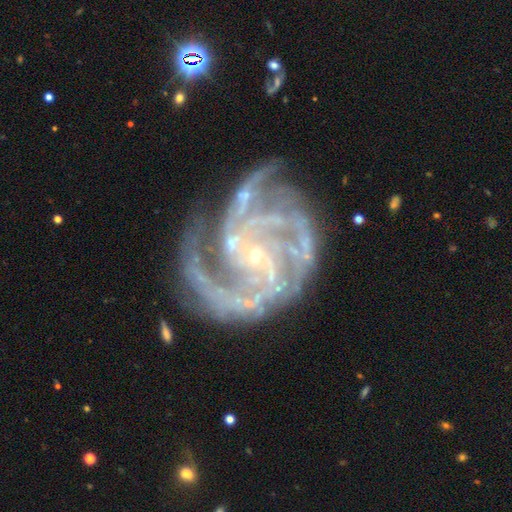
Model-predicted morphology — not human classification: The model was most divided on "spiral arm count": 3: 28%, 2: 27%, 4: 15%, can't tell: 12%, more than 4: 10%, 1: 9%. Remaining: spiral arms — yes (98%); edge-on disk — no (98%); smooth or featured — featured or disk (92%); bulge size — small (86%); merging — none (66%); bar — no (62%); spiral winding — tight (46%).